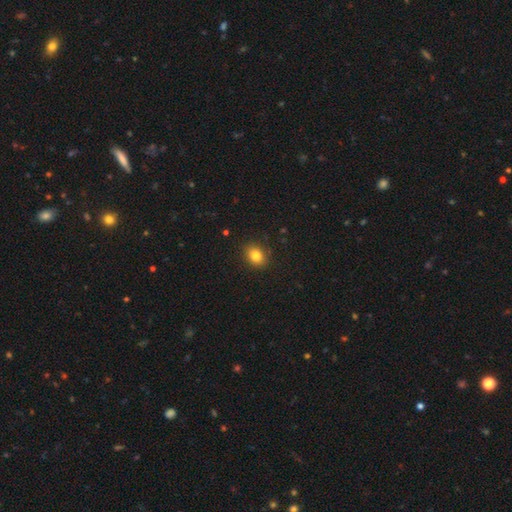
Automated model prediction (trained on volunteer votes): smooth-or-featured: smooth: 83% | star or artifact: 10% | featured or disk: 7%
  how-rounded: in between: 52% | round: 47% | cigar-shaped: 1%
  merging: none: 89% | minor disturbance: 8% | major disturbance: 2% | merger: 1%